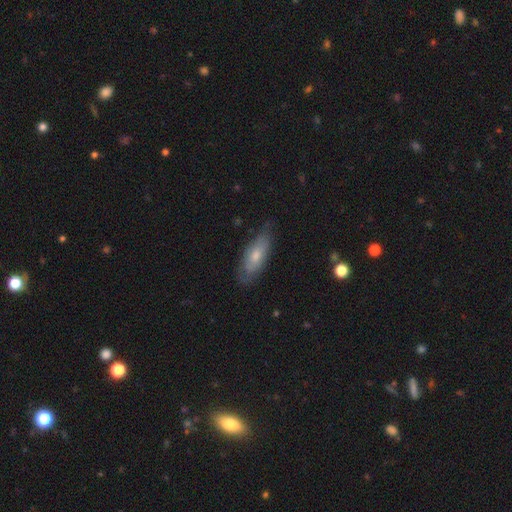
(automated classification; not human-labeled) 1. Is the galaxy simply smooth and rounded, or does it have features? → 55% smooth, 39% featured or disk, 6% star or artifact.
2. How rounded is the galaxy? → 70% in between, 27% cigar-shaped, 2% round.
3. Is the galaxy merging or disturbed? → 71% none, 23% minor disturbance, 5% major disturbance, 1% merger.